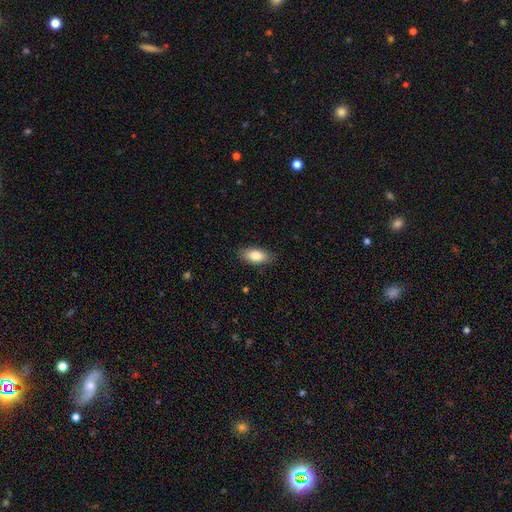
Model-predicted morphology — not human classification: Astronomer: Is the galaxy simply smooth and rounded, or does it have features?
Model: smooth — 85%.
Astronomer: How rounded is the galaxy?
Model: in between — 89%.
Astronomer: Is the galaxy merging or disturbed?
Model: none — 86%.